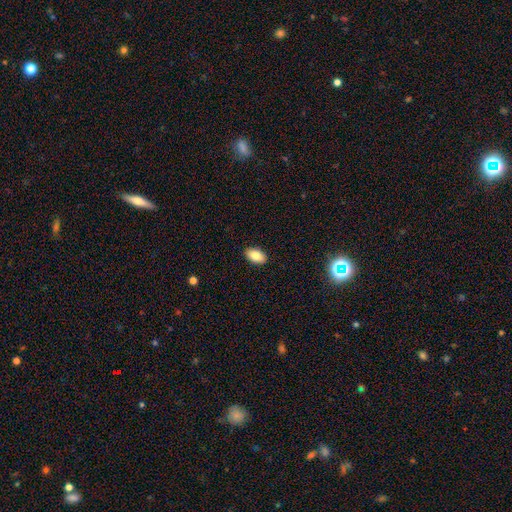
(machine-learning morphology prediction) The model was most divided on "smooth or featured": smooth: 83%, featured or disk: 9%, star or artifact: 8%. More confident: how rounded — in between (93%); merging — none (90%).